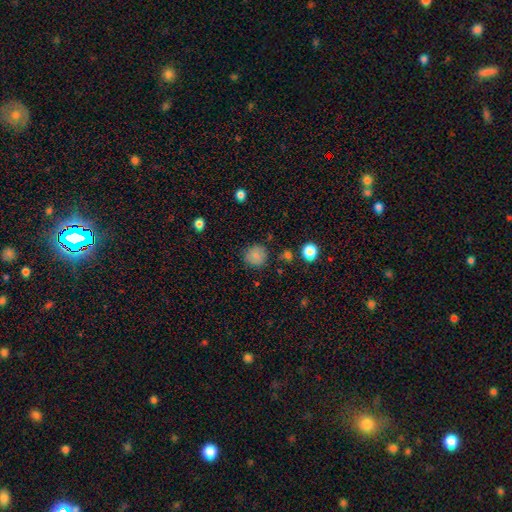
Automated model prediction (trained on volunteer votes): Morphology: type=smooth (81%); roundness=round (90%); merging=none (83%).